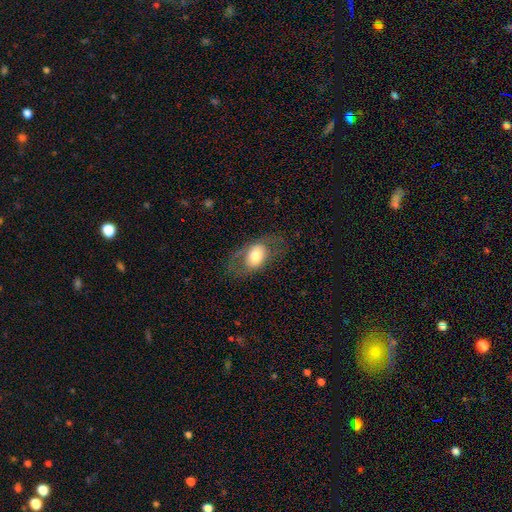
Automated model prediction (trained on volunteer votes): Smooth or featured?
  - smooth: 58% *
  - featured or disk: 35%
  - star or artifact: 7%
How rounded?
  - in between: 81% *
  - round: 17%
  - cigar-shaped: 2%
Merging?
  - none: 66% *
  - minor disturbance: 18%
  - major disturbance: 15%
  - merger: 1%